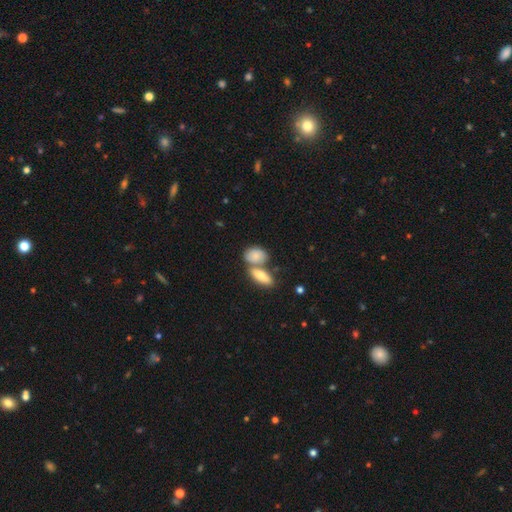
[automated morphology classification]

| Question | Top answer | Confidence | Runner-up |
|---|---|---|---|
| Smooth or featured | smooth | 82% | featured or disk (11%) |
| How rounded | in between | 76% | round (18%) |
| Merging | merger | 46% | none (39%) |